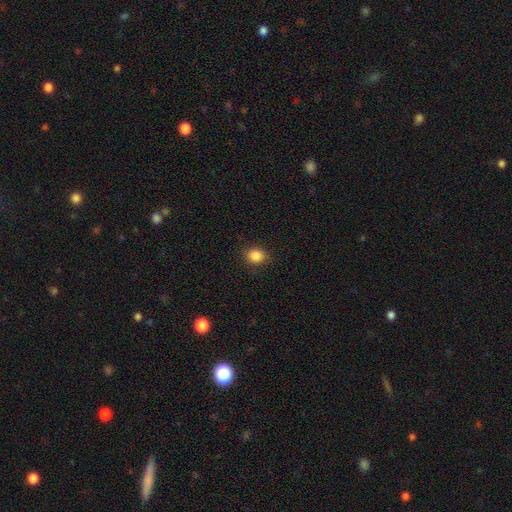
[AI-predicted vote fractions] Smooth or featured?
  - smooth: 86% *
  - star or artifact: 10%
  - featured or disk: 3%
How rounded?
  - round: 69% *
  - in between: 30%
  - cigar-shaped: 1%
Merging?
  - none: 89% *
  - minor disturbance: 8%
  - major disturbance: 2%
  - merger: 1%